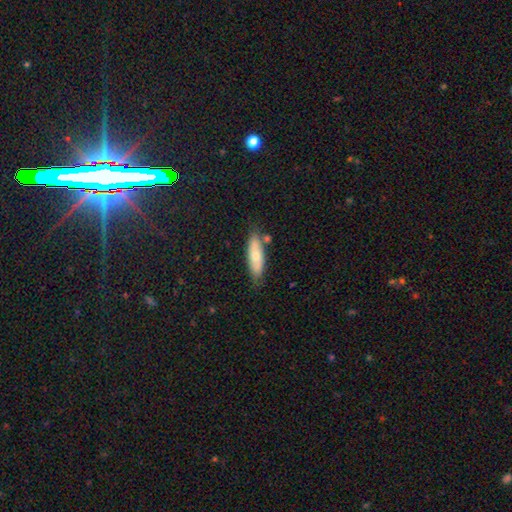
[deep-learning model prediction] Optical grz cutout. It shows a smooth galaxy with no disk features (65%) that is in between round and cigar-shaped (52%). Merging: none (72%).